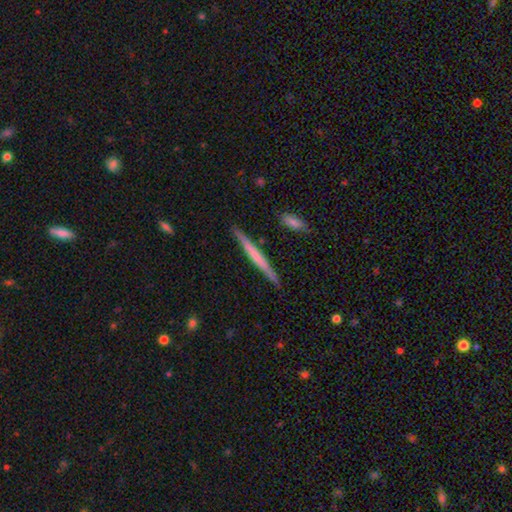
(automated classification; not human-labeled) Morphology: type=smooth (47%, tied with featured or disk); merging=none (89%).